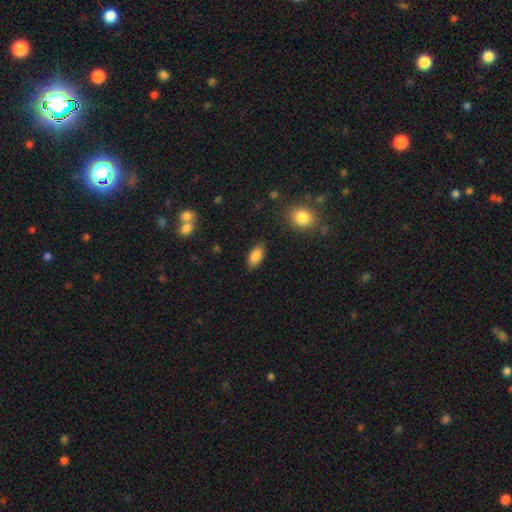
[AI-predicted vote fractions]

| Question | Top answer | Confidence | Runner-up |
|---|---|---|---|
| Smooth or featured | smooth | 86% | star or artifact (8%) |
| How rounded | in between | 92% | round (4%) |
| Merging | none | 85% | minor disturbance (11%) |